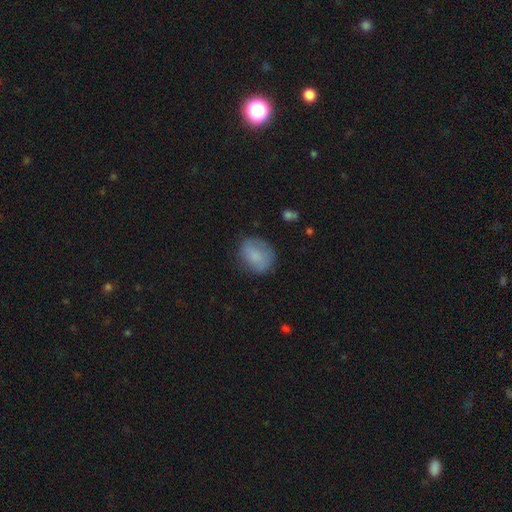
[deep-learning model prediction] Overall: smooth (79%). How rounded: in between (52%; round 47%). Merging: none (69%).